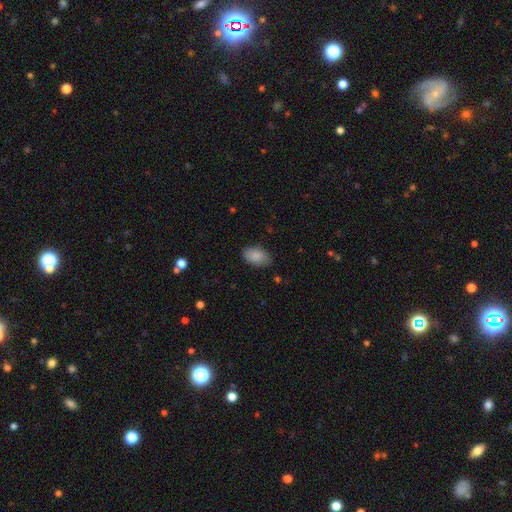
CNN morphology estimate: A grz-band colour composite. It shows a smooth galaxy with no disk features (87%) that is in between round and cigar-shaped (92%). Merging: none (82%).